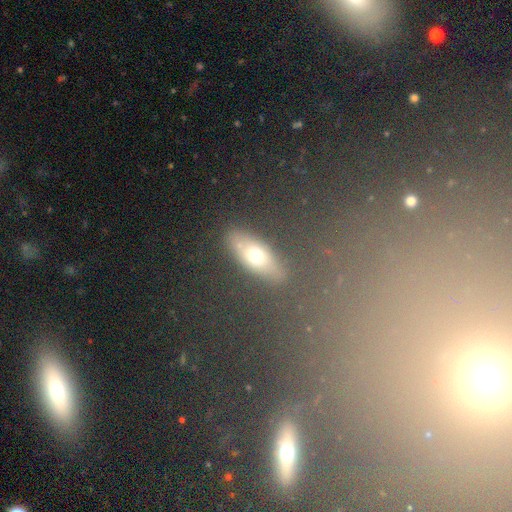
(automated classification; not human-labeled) Morphology: type=smooth (62%); roundness=in between (63%); merging=none (81%).